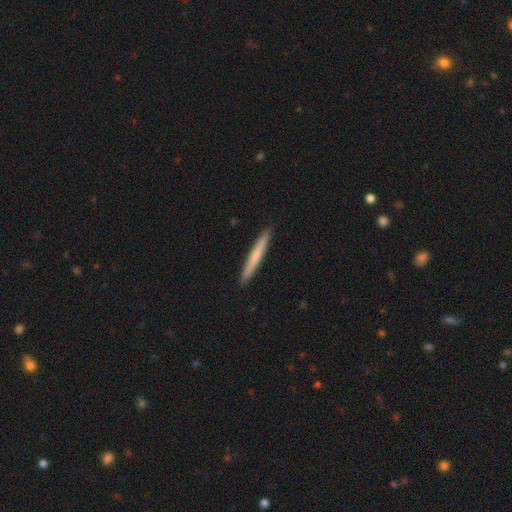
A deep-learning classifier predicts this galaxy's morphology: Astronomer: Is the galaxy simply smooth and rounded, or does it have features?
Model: smooth — 66%.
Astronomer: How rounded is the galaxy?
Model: cigar-shaped — 97%.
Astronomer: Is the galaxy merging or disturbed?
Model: none — 92%.